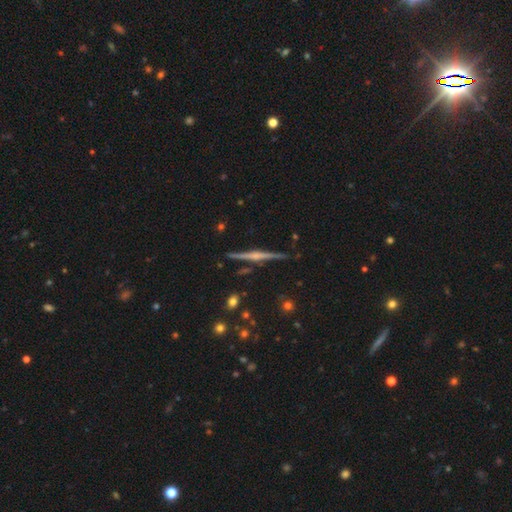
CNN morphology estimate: A featured or disk galaxy (80%) viewed edge-on (98%) with a rounded central bulge (68%). Merging: none (89%).